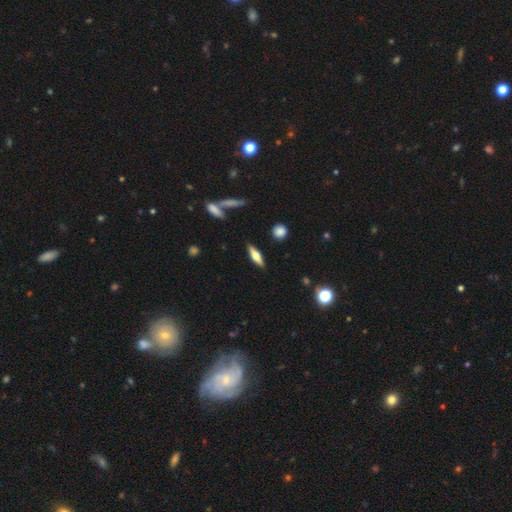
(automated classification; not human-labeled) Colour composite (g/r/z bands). It shows a smooth galaxy with no disk features (51%) that is cigar-shaped (62%). Merging: none (86%).